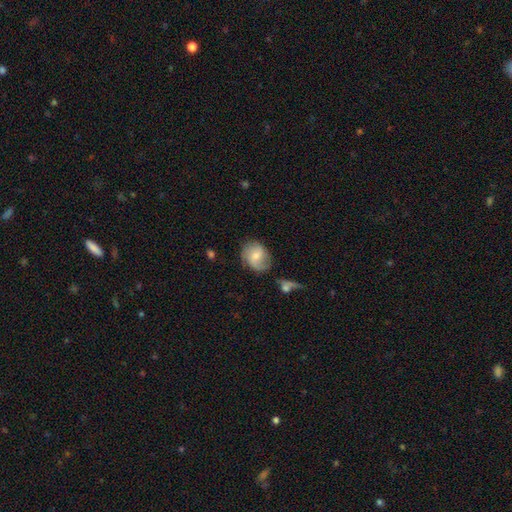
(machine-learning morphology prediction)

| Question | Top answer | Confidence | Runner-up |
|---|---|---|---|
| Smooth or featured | smooth | 52% | featured or disk (41%) |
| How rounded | round | 51% | in between (48%) |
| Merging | none | 59% | minor disturbance (27%) |